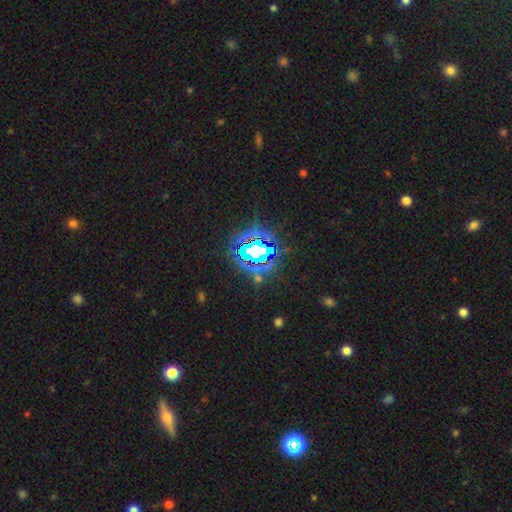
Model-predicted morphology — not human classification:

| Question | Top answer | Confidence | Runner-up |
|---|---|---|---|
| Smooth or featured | star or artifact | 74% | smooth (14%) |